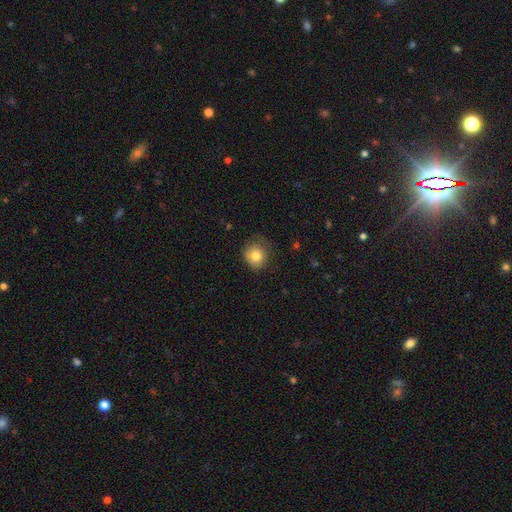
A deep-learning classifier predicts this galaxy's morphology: A smooth galaxy with no disk features (81%) that is round (83%).

Vote fractions:
- Smooth or featured? smooth: 81% / star or artifact: 10% / featured or disk: 9%
- How rounded? round: 83% / in between: 16% / cigar-shaped: 1%
- Merging? none: 71% / minor disturbance: 22% / major disturbance: 6% / merger: 1%